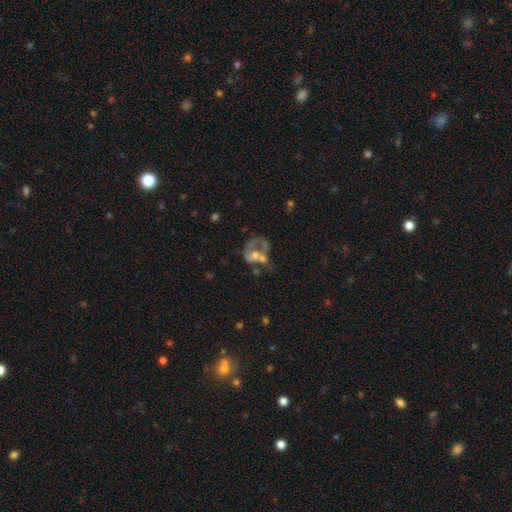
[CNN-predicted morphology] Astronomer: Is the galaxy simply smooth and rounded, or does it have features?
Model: featured or disk — 61%.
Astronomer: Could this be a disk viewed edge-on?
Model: no — 97%.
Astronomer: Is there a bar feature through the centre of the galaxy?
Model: no — 80%.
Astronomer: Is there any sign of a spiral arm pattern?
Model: no — 63%.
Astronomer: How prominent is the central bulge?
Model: moderate — 52%.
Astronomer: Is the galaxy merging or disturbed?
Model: merger — 38% (runner-up: major disturbance, 30%).